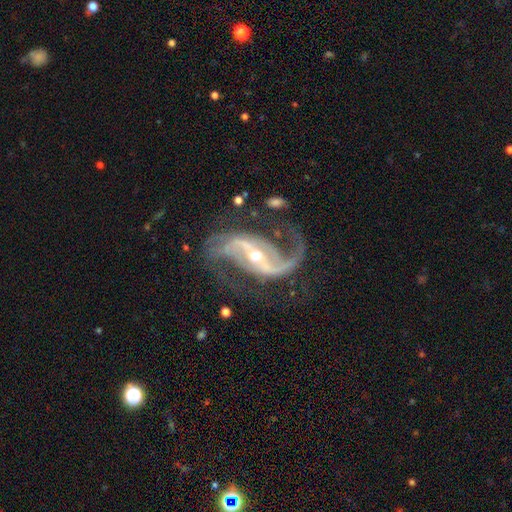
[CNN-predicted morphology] Smooth or featured? Predicted: featured or disk (p=0.93). Edge-on disk? Predicted: no (p=0.97). Bar? Predicted: strong (p=0.59). Spiral arms? Predicted: yes (p=0.98). Spiral winding? Predicted: loose (p=0.47). Spiral arm count? Predicted: 2 (p=0.90). Bulge size? Predicted: small (p=0.48, tied with moderate). Merging? Predicted: none (p=0.65).